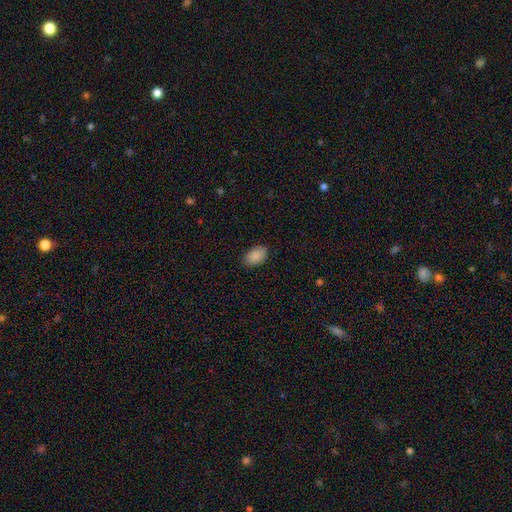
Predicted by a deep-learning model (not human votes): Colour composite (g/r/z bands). It shows a smooth galaxy with no disk features (89%) that is in between round and cigar-shaped (91%). Merging: none (87%).